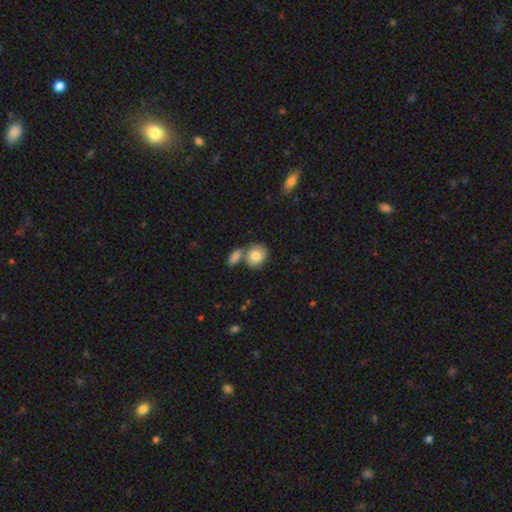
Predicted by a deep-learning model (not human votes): This appears to be a smooth galaxy with no disk features (81%) that is round (55%). Merging: none (49%).